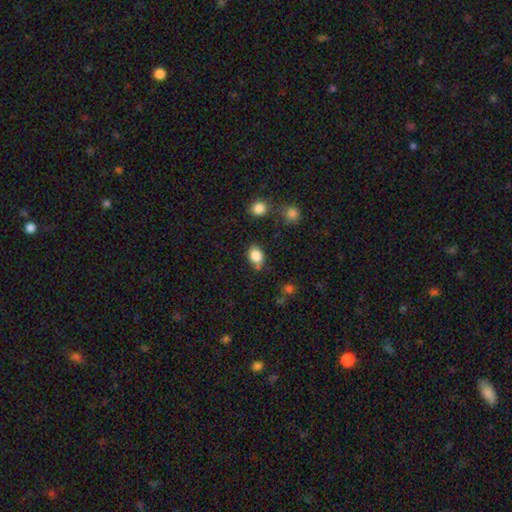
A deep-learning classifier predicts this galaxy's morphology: Smooth or featured?
  - smooth: 85% *
  - star or artifact: 9%
  - featured or disk: 6%
How rounded?
  - in between: 70% *
  - round: 29%
  - cigar-shaped: 1%
Merging?
  - none: 68% *
  - minor disturbance: 20%
  - merger: 7%
  - major disturbance: 5%